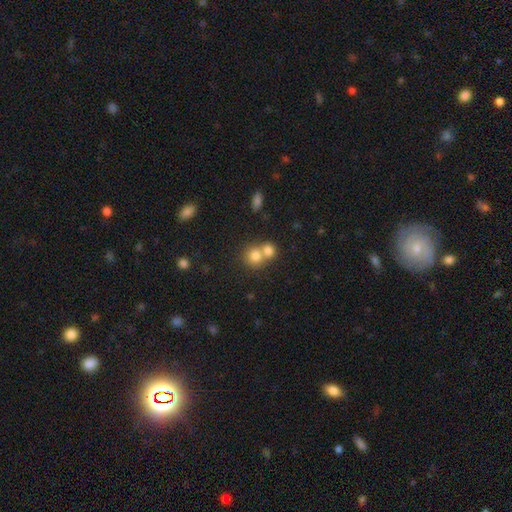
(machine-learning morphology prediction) Overall: smooth (78%). How rounded: round (81%). Merging: merger (55%; none 37%).